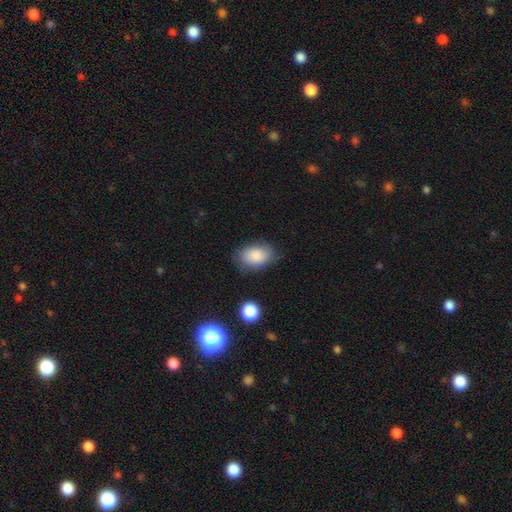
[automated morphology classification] Smooth or featured? Predicted: smooth (p=0.85). How rounded? Predicted: in between (p=0.87). Merging? Predicted: none (p=0.74).